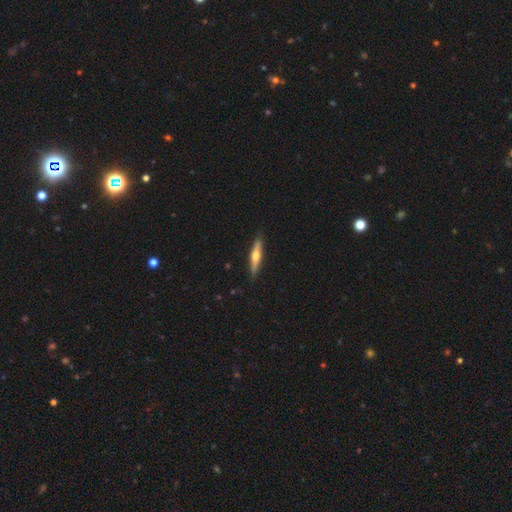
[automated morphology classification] type=featured or disk (57%); edge-on=yes (96%); edge-on bulge=rounded (92%); merging=none (89%).